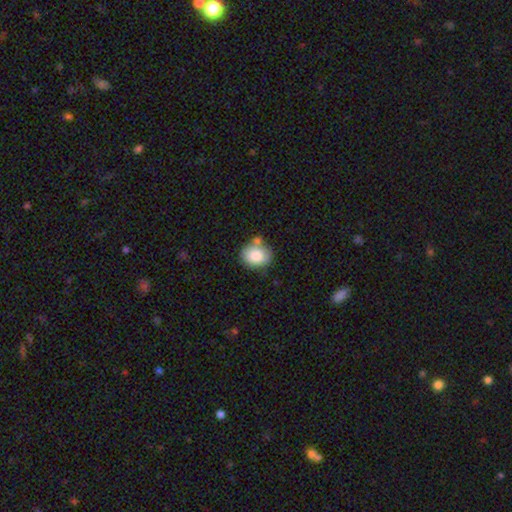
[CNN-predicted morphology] Smooth or featured?
  - smooth: 82% *
  - featured or disk: 10%
  - star or artifact: 8%
How rounded?
  - round: 56% *
  - in between: 43%
  - cigar-shaped: 1%
Merging?
  - none: 65% *
  - minor disturbance: 17%
  - merger: 15%
  - major disturbance: 4%